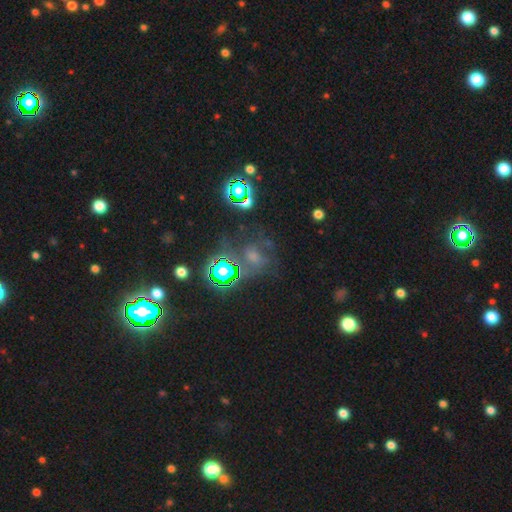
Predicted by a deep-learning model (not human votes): Smooth or featured?
  - star or artifact: 72% *
  - smooth: 19%
  - featured or disk: 10%